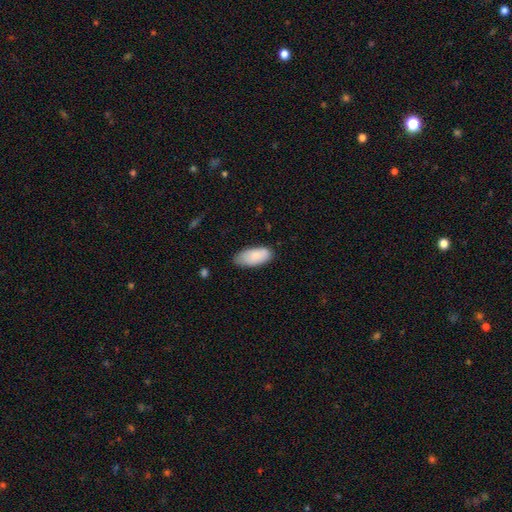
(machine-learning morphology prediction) Smooth or featured?
  - smooth: 86% *
  - featured or disk: 8%
  - star or artifact: 6%
How rounded?
  - in between: 91% *
  - cigar-shaped: 7%
  - round: 2%
Merging?
  - none: 71% *
  - minor disturbance: 23%
  - major disturbance: 4%
  - merger: 2%